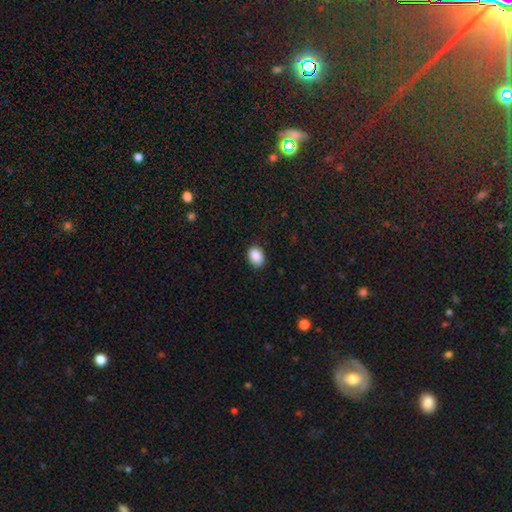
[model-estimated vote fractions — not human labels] Q: Smooth or featured?
A: smooth (89%); runner-up: star or artifact (7%)
Q: How rounded?
A: in between (76%); runner-up: round (23%)
Q: Merging?
A: none (87%); runner-up: minor disturbance (10%)